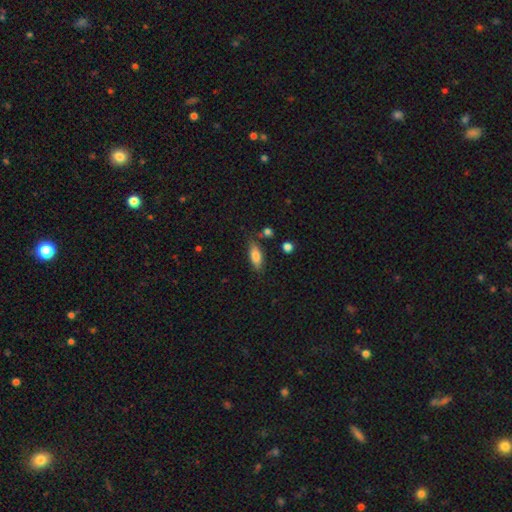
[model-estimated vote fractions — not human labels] A smooth galaxy with no disk features (80%) that is in between round and cigar-shaped (73%). Merging: none (77%).